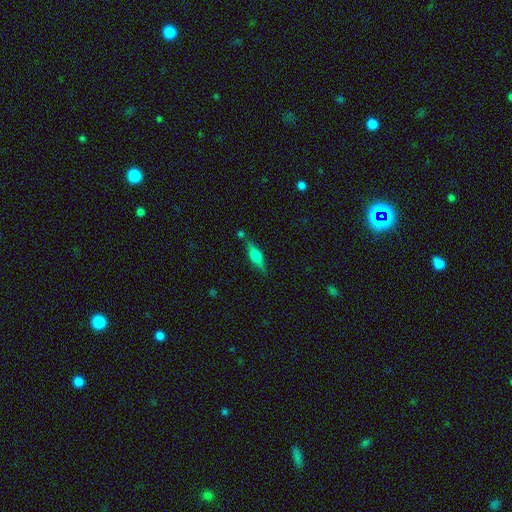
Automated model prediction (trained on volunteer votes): This appears to be a smooth galaxy with no disk features (53%) that is cigar-shaped (52%). Merging: none (74%).